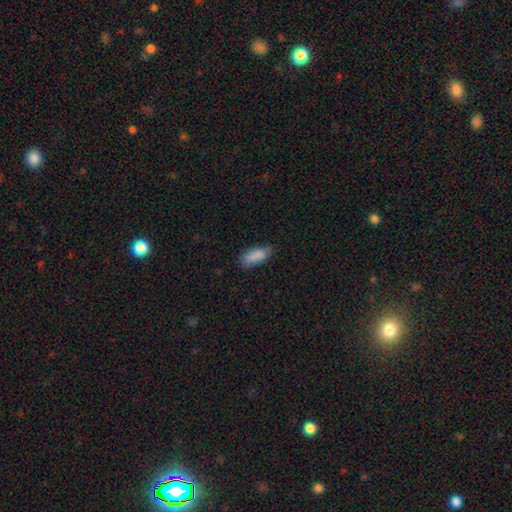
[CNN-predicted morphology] smooth-or-featured: smooth: 86% | star or artifact: 8% | featured or disk: 7%
  how-rounded: in between: 75% | cigar-shaped: 23% | round: 2%
  merging: none: 70% | minor disturbance: 24% | major disturbance: 5% | merger: 1%